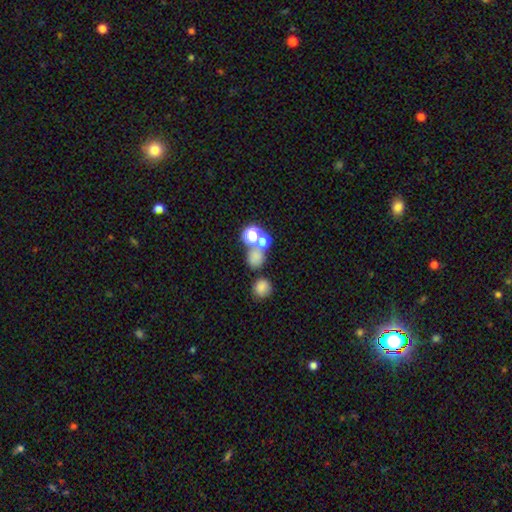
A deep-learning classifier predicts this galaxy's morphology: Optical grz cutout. It shows a smooth galaxy with no disk features (67%) that is round (69%). Merging: none (48%).